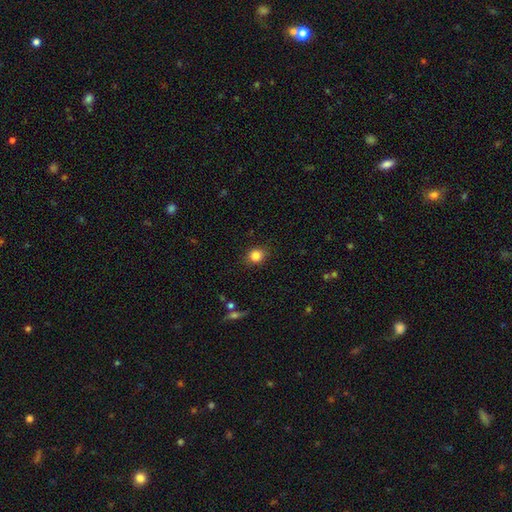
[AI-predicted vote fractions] Smooth or featured?
  - smooth: 83% *
  - star or artifact: 11%
  - featured or disk: 6%
How rounded?
  - round: 80% *
  - in between: 19%
  - cigar-shaped: 1%
Merging?
  - none: 88% *
  - minor disturbance: 9%
  - major disturbance: 2%
  - merger: 1%